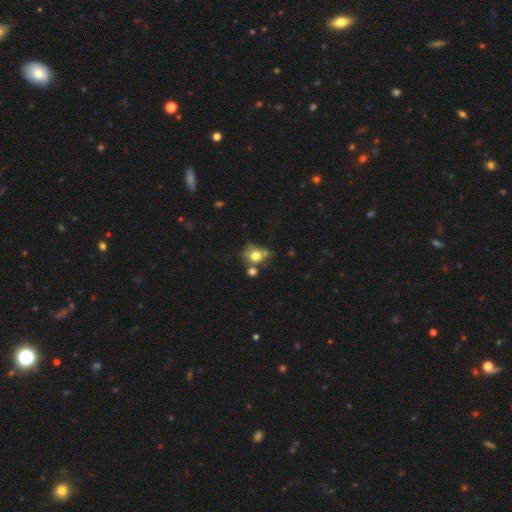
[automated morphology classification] A smooth galaxy with no disk features (67%) that is round (55%). Merging: none (33%).